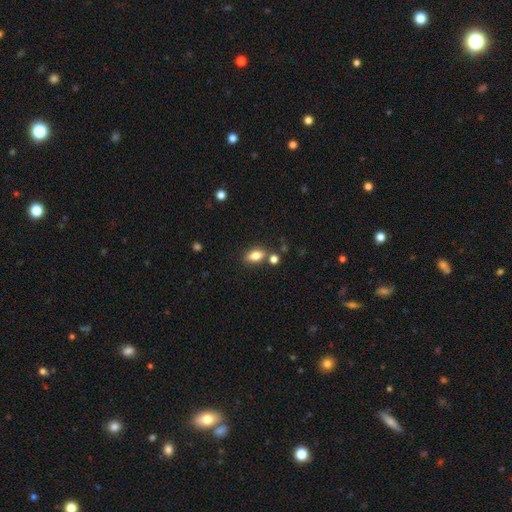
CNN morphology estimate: Q: Smooth or featured?
A: smooth (79%); runner-up: featured or disk (12%)
Q: How rounded?
A: in between (84%); runner-up: round (9%)
Q: Merging?
A: none (73%); runner-up: merger (12%)